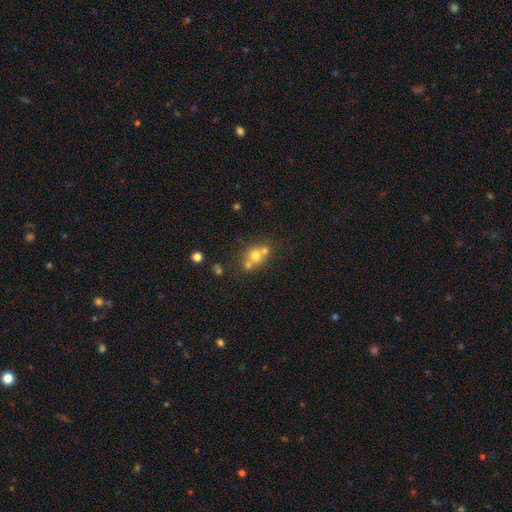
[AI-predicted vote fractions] Morphology: type=smooth (63%); roundness=round (79%); merging=merger (46%).